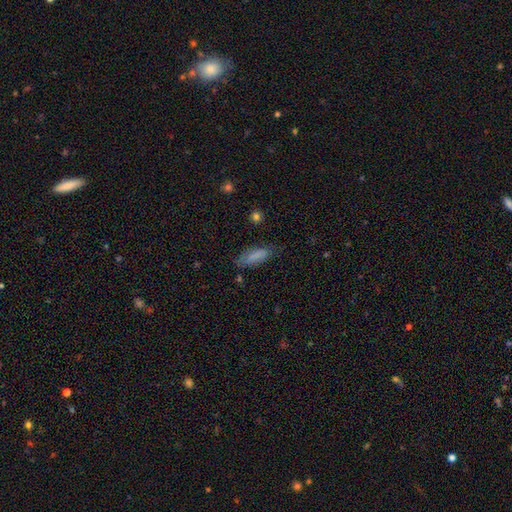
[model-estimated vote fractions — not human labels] Smooth or featured: smooth — 80% (featured or disk — 12%)
How rounded: in between — 61% (cigar-shaped — 37%)
Merging: none — 69% (minor disturbance — 23%)